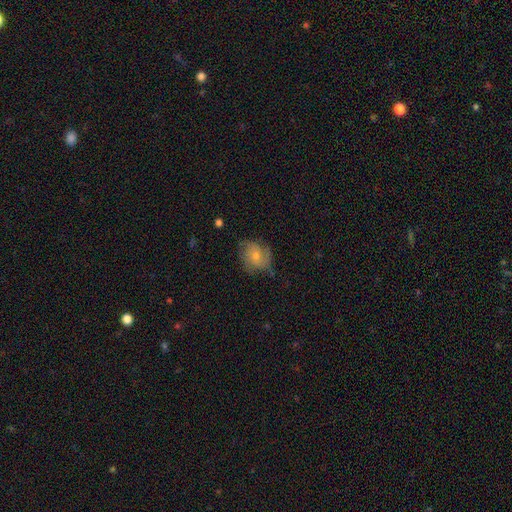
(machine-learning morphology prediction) featured or disk 56%, smooth 33%, star or artifact 11%. Down the decision tree: edge-on disk — no (96%); bar — no (72%); spiral arms — yes (84%); bulge size — small (47%, tied with moderate); merging — none (67%).